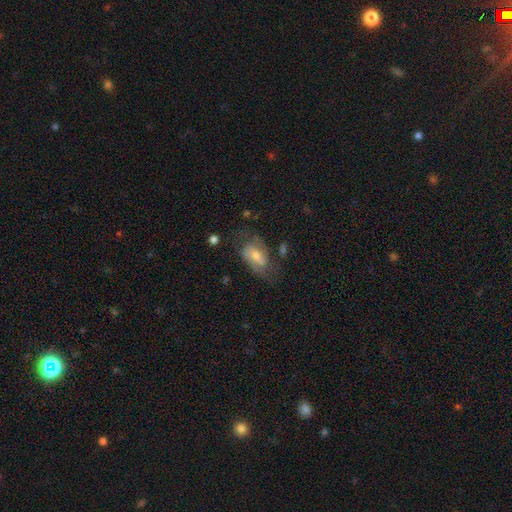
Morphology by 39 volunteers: featured or disk 59%, smooth 31%, star or artifact 10%. Down the decision tree: edge-on disk — no (100%); bar — weak (48%); spiral arms — yes (78%); spiral arm count — 2 (67%); spiral winding — medium (44%); bulge size — moderate (57%); merging — none (51%).